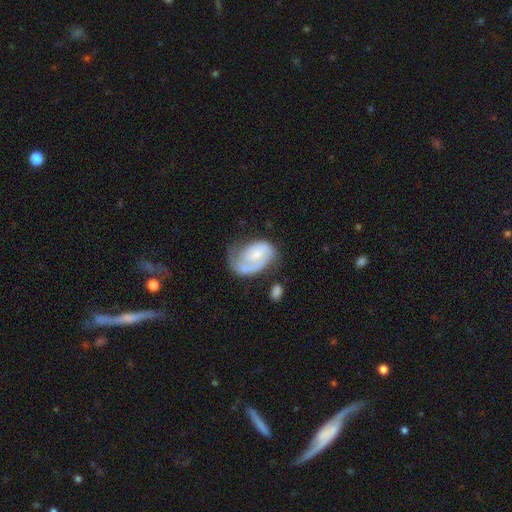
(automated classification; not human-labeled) Smooth or featured? Predicted: featured or disk (p=0.70). Edge-on disk? Predicted: no (p=0.97). Bar? Predicted: no (p=0.54). Spiral arms? Predicted: yes (p=0.87). Spiral winding? Predicted: tight (p=0.45). Spiral arm count? Predicted: 1 (p=0.57). Bulge size? Predicted: small (p=0.54). Merging? Predicted: none (p=0.40).